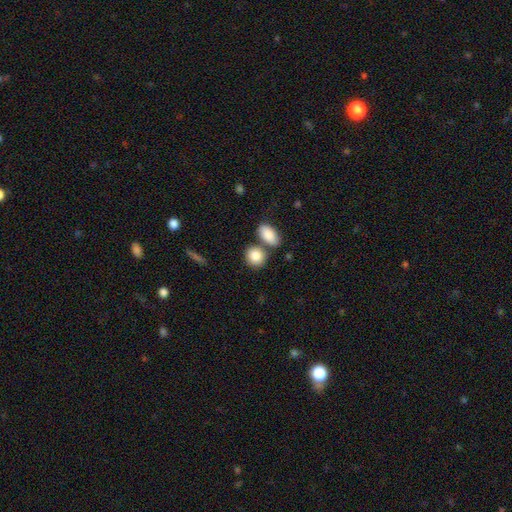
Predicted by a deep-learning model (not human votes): smooth_or_featured: smooth (p=0.86) [alt: featured or disk p=0.07]
how_rounded: round (p=0.55) [alt: in between p=0.43]
merging: none (p=0.61) [alt: merger p=0.26]